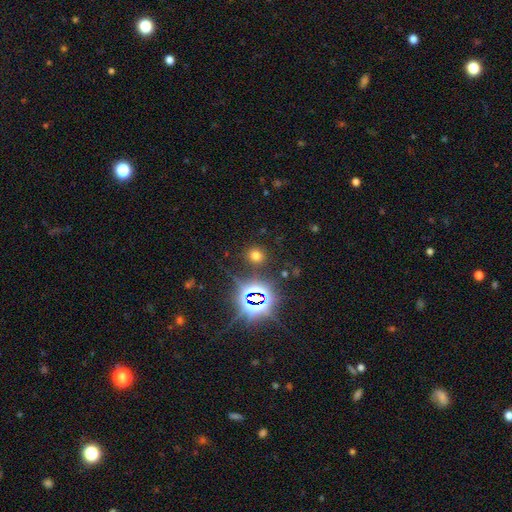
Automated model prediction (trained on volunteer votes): Smooth or featured: smooth — 62% (star or artifact — 31%)
How rounded: round — 84% (in between — 14%)
Merging: none — 85% (minor disturbance — 8%)